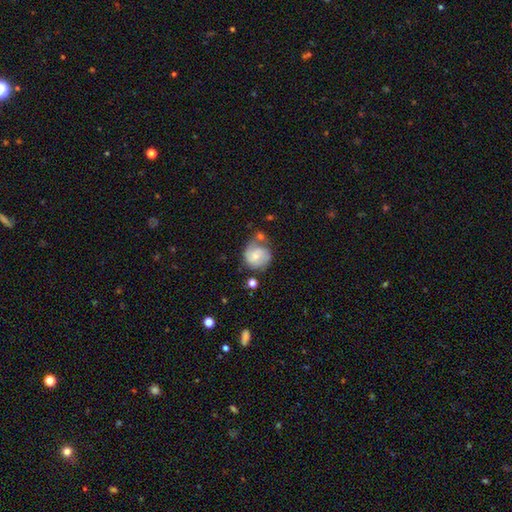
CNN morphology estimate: Q: Smooth or featured?
A: featured or disk (54%); runner-up: smooth (39%)
Q: Edge-on disk?
A: no (98%); runner-up: yes (2%)
Q: Bar?
A: no (61%); runner-up: weak (33%)
Q: Spiral arms?
A: yes (83%); runner-up: no (17%)
Q: Bulge size?
A: small (54%); runner-up: moderate (37%)
Q: Merging?
A: none (49%); runner-up: minor disturbance (23%)